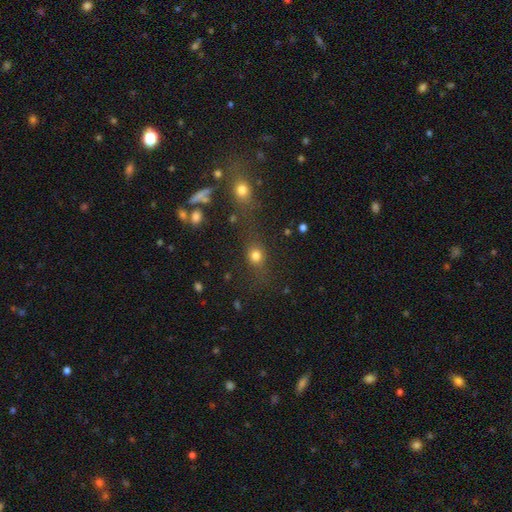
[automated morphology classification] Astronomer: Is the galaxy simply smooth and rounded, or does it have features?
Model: smooth — 74%.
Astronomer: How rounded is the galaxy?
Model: round — 67%.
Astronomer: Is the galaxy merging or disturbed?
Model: none — 62%.